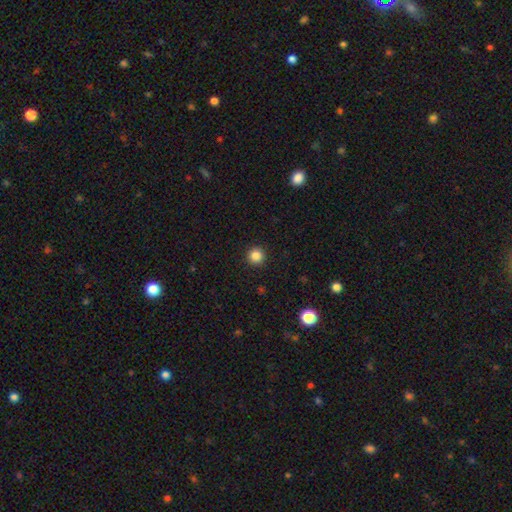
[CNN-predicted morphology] Smooth or featured? smooth (85%)
How rounded? round (96%)
Merging? none (93%)